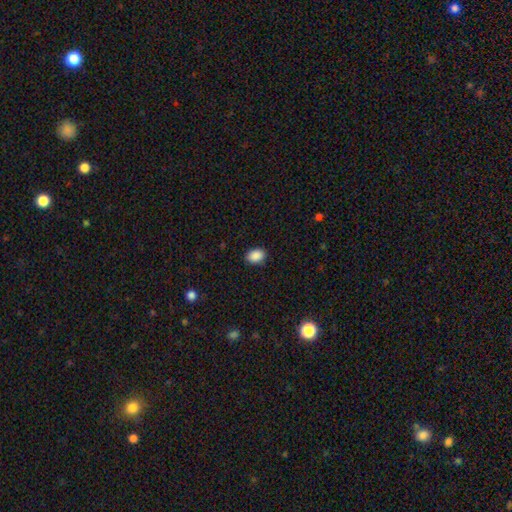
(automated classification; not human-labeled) This is clearly a smooth galaxy (89%). How rounded: likely in between (74%). Merging: clearly none (87%).